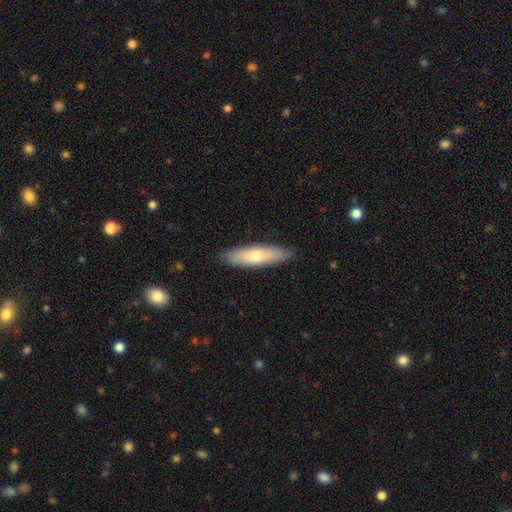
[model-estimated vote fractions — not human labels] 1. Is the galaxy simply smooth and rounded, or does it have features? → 65% smooth, 30% featured or disk, 5% star or artifact.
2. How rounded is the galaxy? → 68% cigar-shaped, 30% in between, 2% round.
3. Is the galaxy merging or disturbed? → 87% none, 10% minor disturbance, 2% major disturbance, 1% merger.